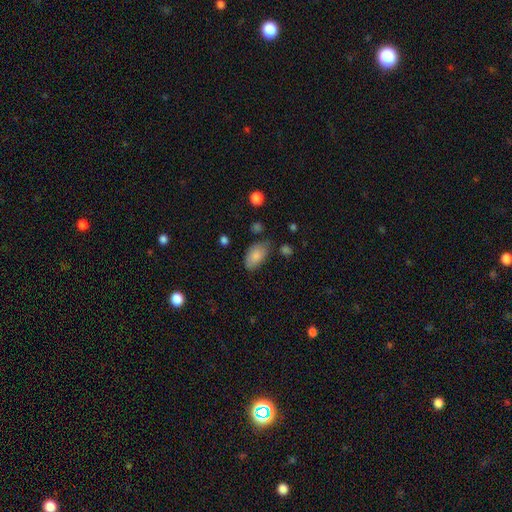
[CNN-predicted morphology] smooth_or_featured: smooth (p=0.82) [alt: featured or disk p=0.10]
how_rounded: in between (p=0.93) [alt: round p=0.05]
merging: none (p=0.56) [alt: minor disturbance p=0.32]